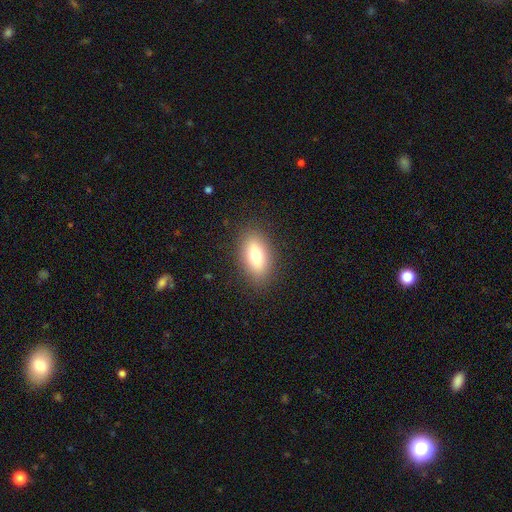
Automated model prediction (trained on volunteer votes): Smooth or featured: smooth — 76% (featured or disk — 16%)
How rounded: in between — 84% (cigar-shaped — 9%)
Merging: none — 87% (minor disturbance — 9%)